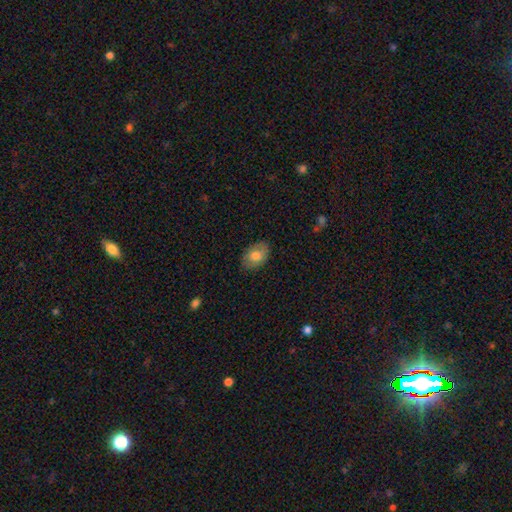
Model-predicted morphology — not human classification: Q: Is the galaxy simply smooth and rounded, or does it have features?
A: smooth — 76%.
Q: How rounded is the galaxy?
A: in between — 88%.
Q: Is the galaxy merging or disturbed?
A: none — 83%.